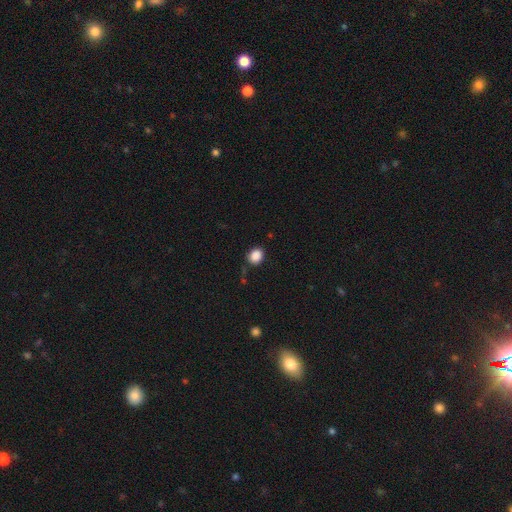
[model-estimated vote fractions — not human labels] Overall: smooth (87%). How rounded: round (65%; in between 35%). Merging: none (82%).